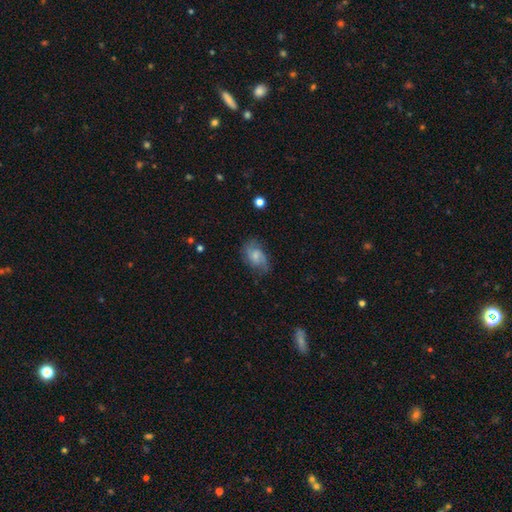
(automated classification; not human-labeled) The model was most divided on "bulge size": small: 47%, moderate: 32%, none: 16%, large: 4%, dominant: 1%. More confident: edge-on disk — no (96%); spiral arms — yes (87%); merging — none (64%); bar — no (55%); smooth or featured — featured or disk (54%).